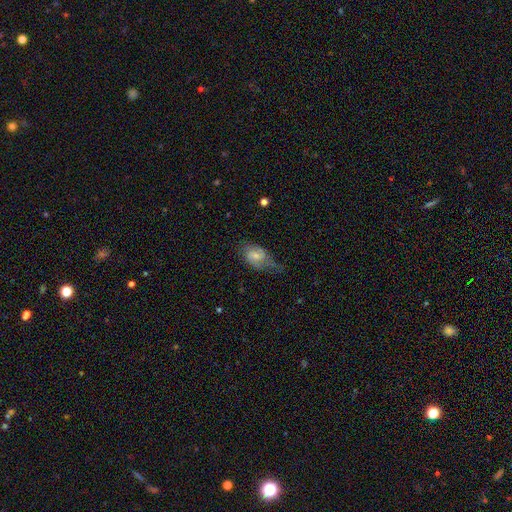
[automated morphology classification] The model was most divided on "merging": none: 35%, minor disturbance: 32%, major disturbance: 30%, merger: 3%. More confident: edge-on disk — no (95%); smooth or featured — featured or disk (52%).